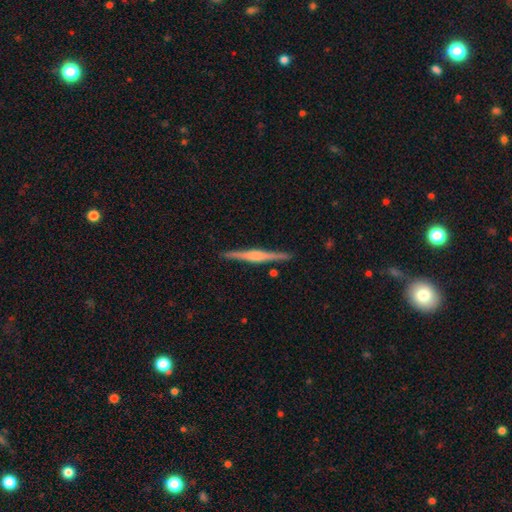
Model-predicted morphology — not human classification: smooth_or_featured: featured or disk (p=0.77) [alt: smooth p=0.18]
disk_edge_on: yes (p=0.98) [alt: no p=0.02]
edge_on_bulge: rounded (p=0.60) [alt: boxy p=0.29]
merging: none (p=0.90) [alt: minor disturbance p=0.07]